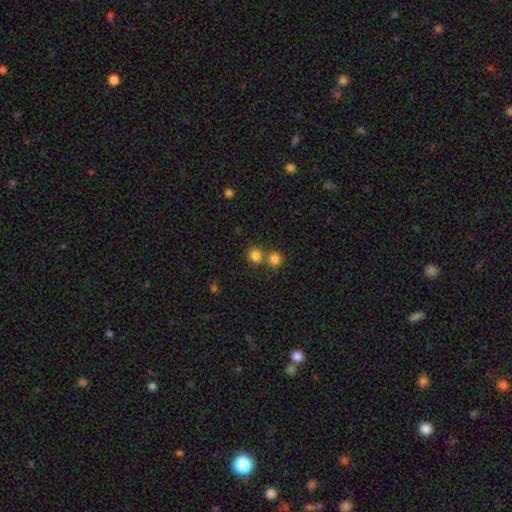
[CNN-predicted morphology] Overall: smooth (81%). How rounded: round (89%). Merging: none (59%; merger 33%).